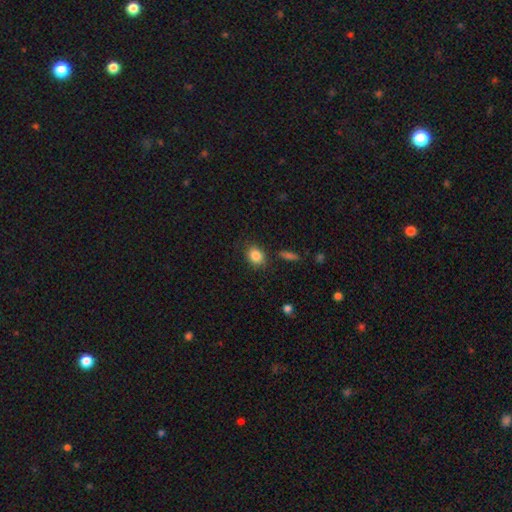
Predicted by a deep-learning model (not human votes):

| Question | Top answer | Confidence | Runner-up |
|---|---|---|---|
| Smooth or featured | smooth | 85% | star or artifact (9%) |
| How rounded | in between | 49% | tied: round (49%) |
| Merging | none | 81% | minor disturbance (13%) |